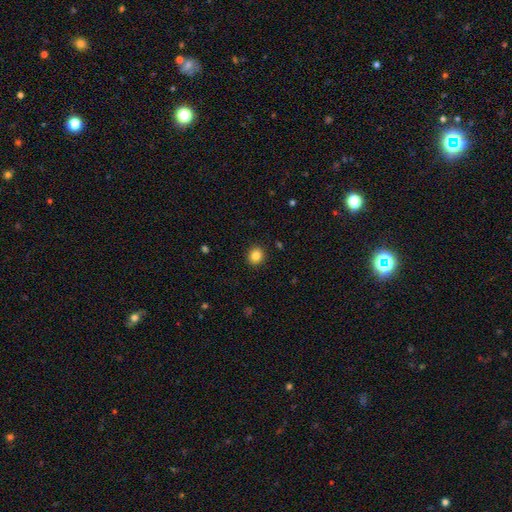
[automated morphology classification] This appears to be a smooth galaxy with no disk features (85%) that is round (85%). Merging: none (91%).